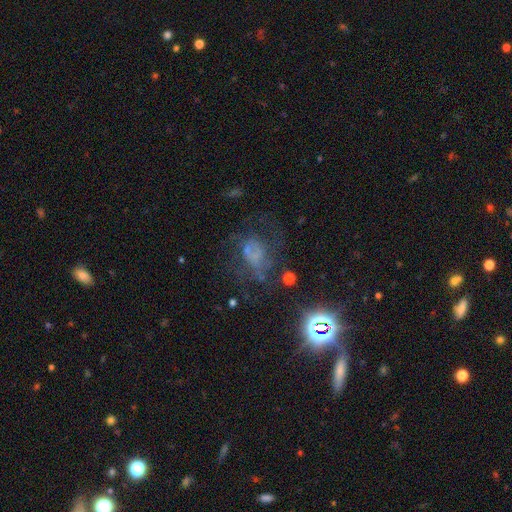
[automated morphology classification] Q: Smooth or featured?
A: featured or disk (40%); runner-up: star or artifact (33%)
Q: Merging?
A: none (42%); runner-up: major disturbance (34%)